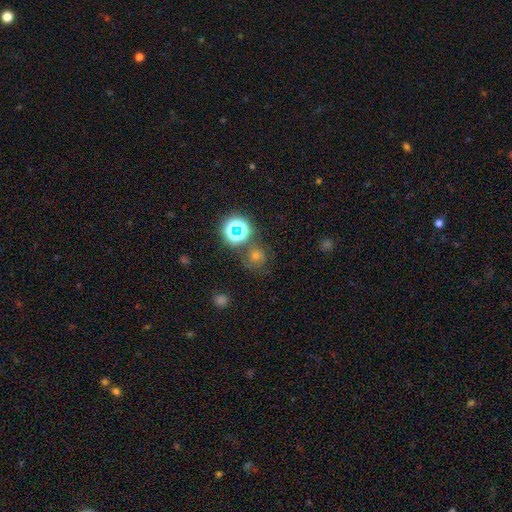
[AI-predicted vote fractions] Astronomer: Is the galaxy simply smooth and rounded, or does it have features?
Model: smooth — 46% (runner-up: star or artifact, 40%).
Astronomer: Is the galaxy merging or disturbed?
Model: none — 71%.